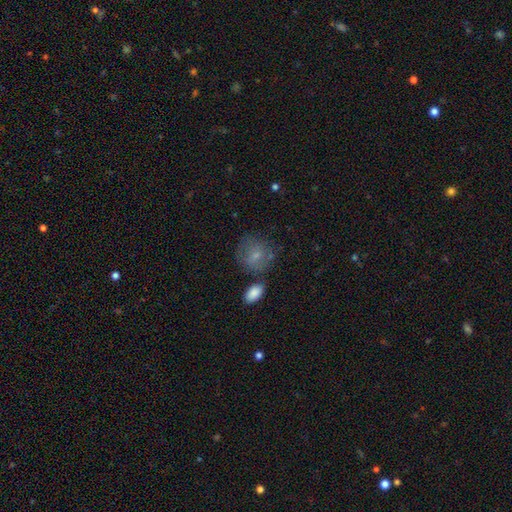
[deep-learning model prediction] Smooth or featured: smooth — 71% (featured or disk — 20%)
How rounded: round — 69% (in between — 30%)
Merging: none — 61% (minor disturbance — 21%)